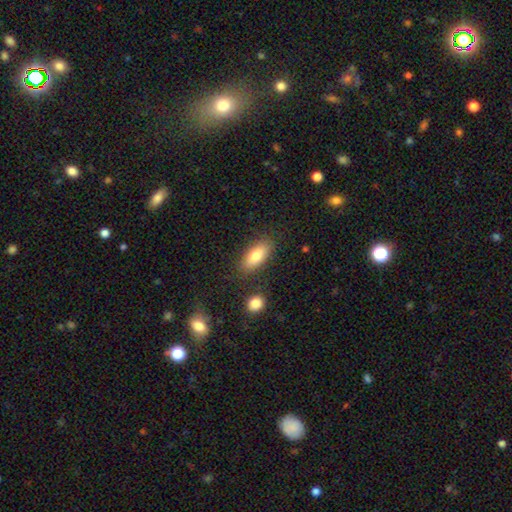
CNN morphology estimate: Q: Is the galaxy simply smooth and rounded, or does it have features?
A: smooth — 81%.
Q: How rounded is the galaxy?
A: in between — 83%.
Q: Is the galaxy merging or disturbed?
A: none — 80%.